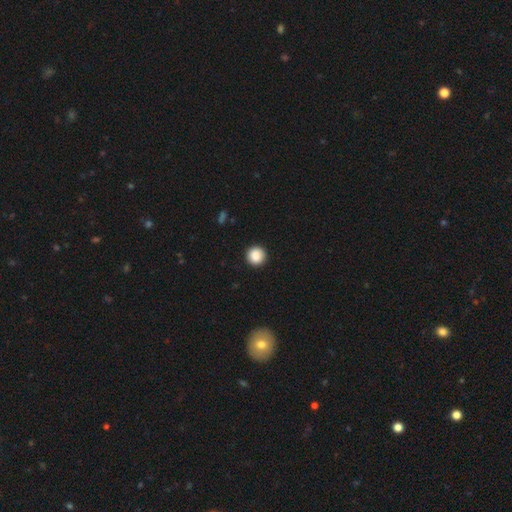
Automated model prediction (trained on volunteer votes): Overall: smooth (88%). How rounded: round (96%). Merging: none (92%).